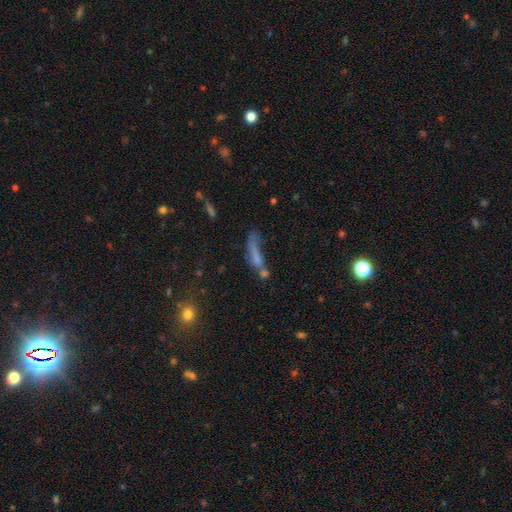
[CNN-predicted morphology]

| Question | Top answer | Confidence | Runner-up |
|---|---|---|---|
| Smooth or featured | smooth | 57% | featured or disk (27%) |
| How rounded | cigar-shaped | 69% | in between (27%) |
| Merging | none | 31% | merger (27%) |